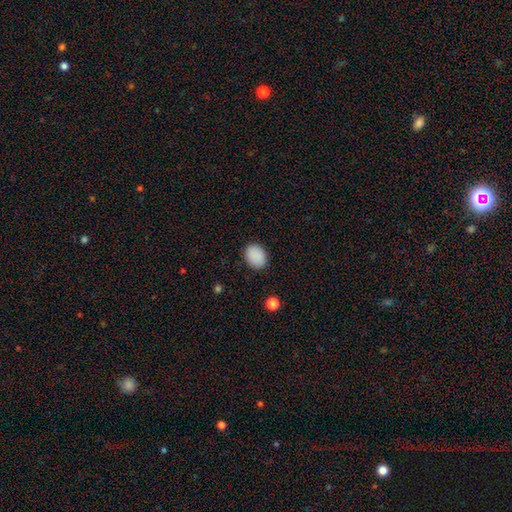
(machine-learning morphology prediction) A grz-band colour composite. It shows a smooth galaxy with no disk features (89%) that is in between round and cigar-shaped (65%). Merging: none (88%).